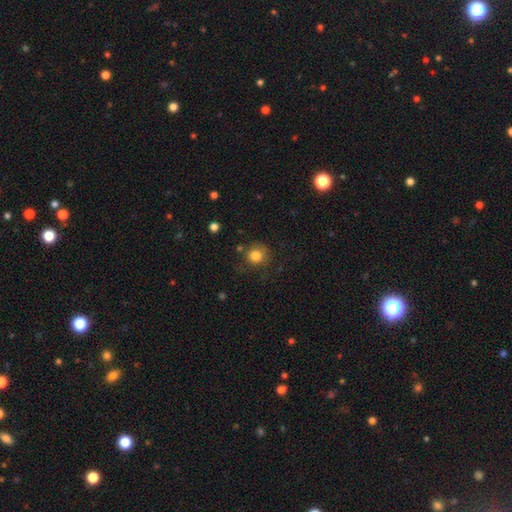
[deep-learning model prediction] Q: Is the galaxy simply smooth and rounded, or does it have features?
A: smooth — 82%.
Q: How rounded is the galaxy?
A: round — 86%.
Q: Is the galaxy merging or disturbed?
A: none — 69%.